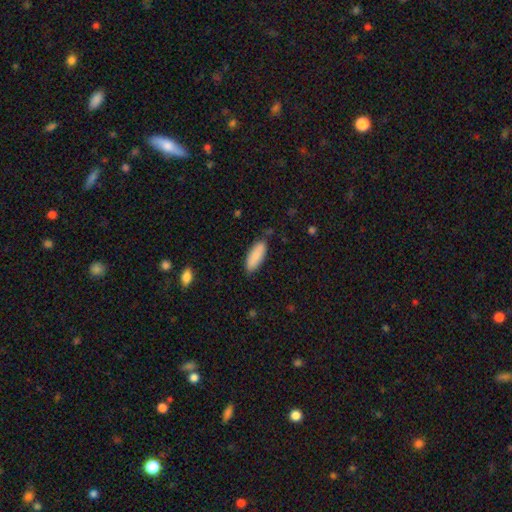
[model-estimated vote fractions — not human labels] The model was most divided on "how rounded": in between: 77%, cigar-shaped: 22%, round: 2%. More confident: smooth or featured — smooth (87%); merging — none (82%).